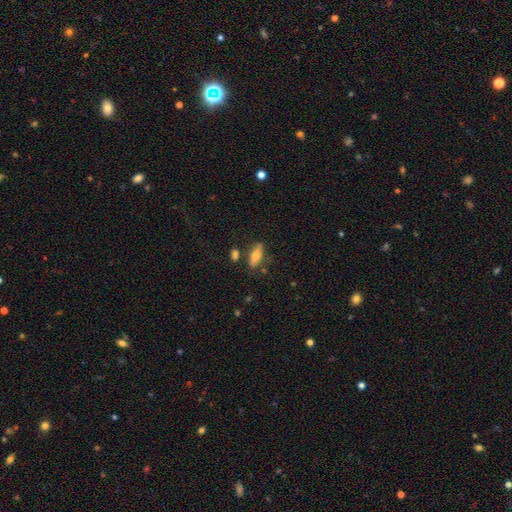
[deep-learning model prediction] A smooth galaxy with no disk features (66%) that is in between round and cigar-shaped (61%). Merging: none (76%).